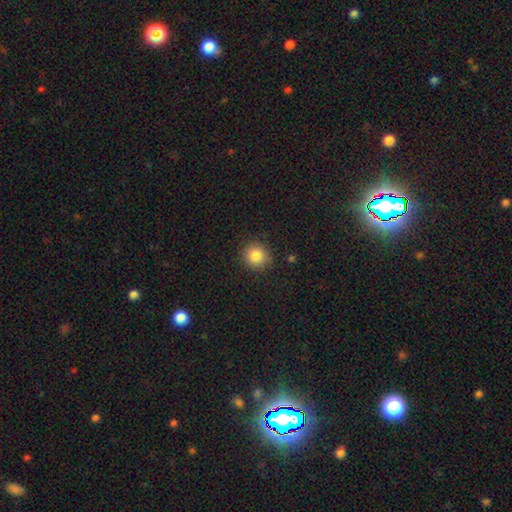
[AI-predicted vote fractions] Q: Smooth or featured?
A: smooth (84%); runner-up: star or artifact (10%)
Q: How rounded?
A: round (91%); runner-up: in between (8%)
Q: Merging?
A: none (88%); runner-up: minor disturbance (9%)